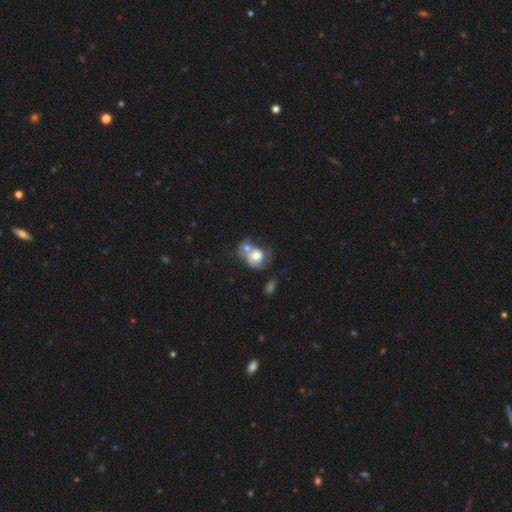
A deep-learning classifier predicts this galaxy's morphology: This appears to be a smooth galaxy with no disk features (58%) that is round (60%). Merging: merger (55%).